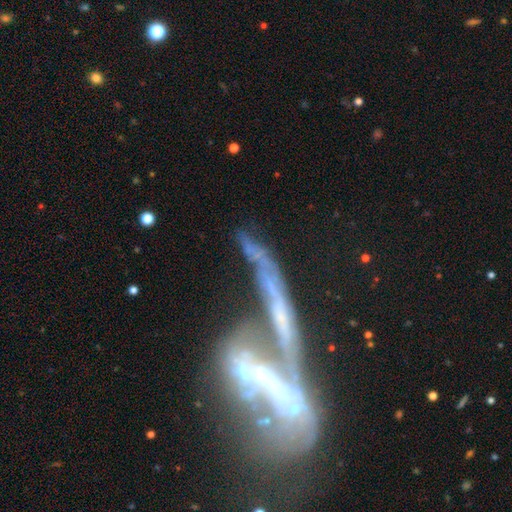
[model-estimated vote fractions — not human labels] Q: Smooth or featured?
A: featured or disk (65%); runner-up: smooth (19%)
Q: Edge-on disk?
A: no (64%); runner-up: yes (36%)
Q: Merging?
A: merger (51%); runner-up: major disturbance (20%)